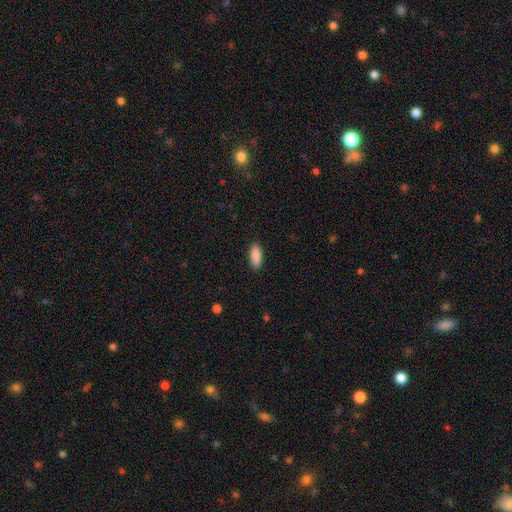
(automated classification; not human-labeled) Morphology: type=smooth (90%); roundness=in between (75%); merging=none (90%).